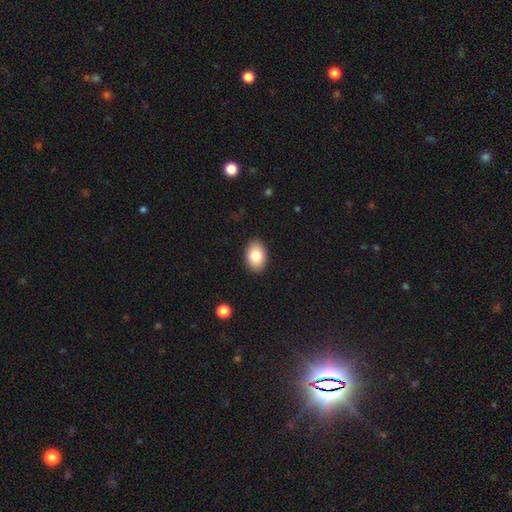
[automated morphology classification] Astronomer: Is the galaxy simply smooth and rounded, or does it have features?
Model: smooth — 82%.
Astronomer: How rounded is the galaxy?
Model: in between — 85%.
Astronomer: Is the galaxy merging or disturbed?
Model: none — 89%.